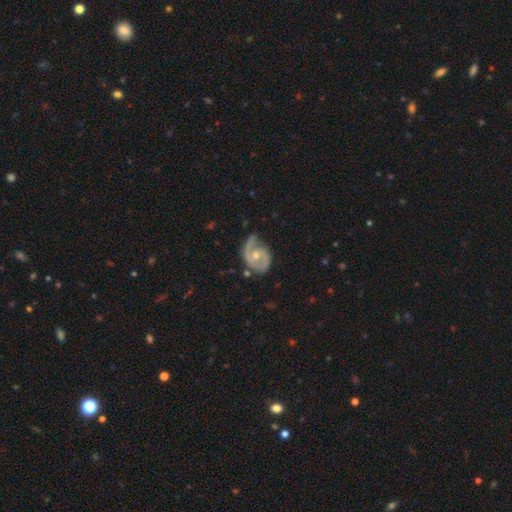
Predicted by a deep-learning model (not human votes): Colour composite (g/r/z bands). It shows a featured or disk galaxy (84%) with no bar (57%), 2 (69%) medium (46%) spiral arms (94%) and a moderate central bulge (61%). Merging: none (56%).